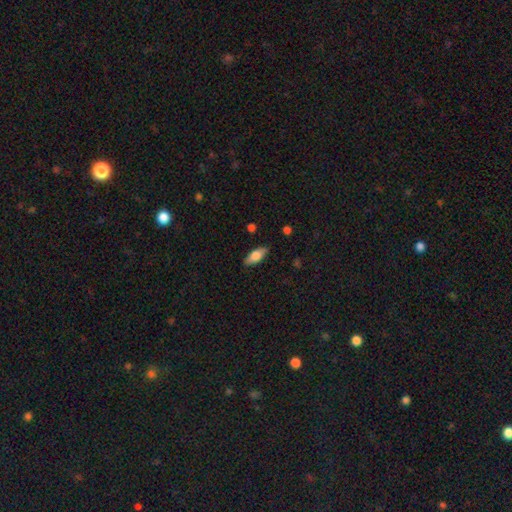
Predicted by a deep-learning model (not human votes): Smooth or featured: smooth — 72% (featured or disk — 22%)
How rounded: in between — 78% (cigar-shaped — 20%)
Merging: none — 86% (minor disturbance — 11%)